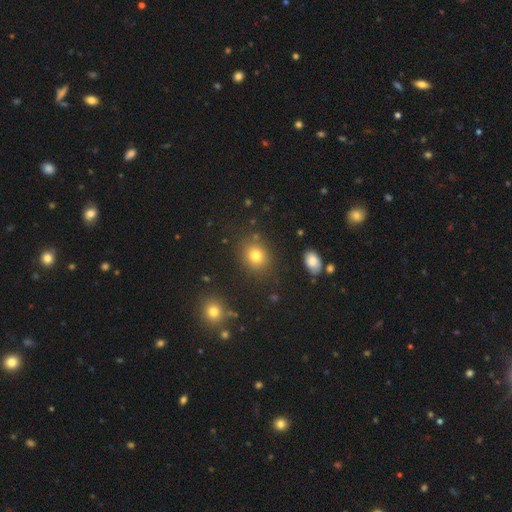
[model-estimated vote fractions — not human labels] A smooth galaxy with no disk features (78%) that is round (60%).

Vote fractions:
- Smooth or featured? smooth: 78% / star or artifact: 14% / featured or disk: 8%
- How rounded? round: 60% / in between: 39% / cigar-shaped: 1%
- Merging? none: 83% / minor disturbance: 10% / merger: 4% / major disturbance: 3%